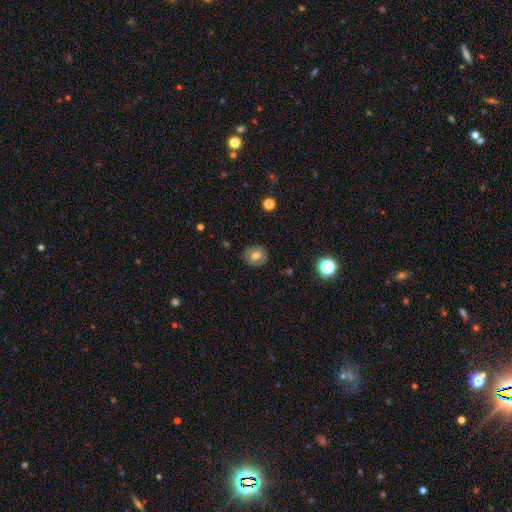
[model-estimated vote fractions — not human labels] smooth-or-featured: smooth: 58% | featured or disk: 32% | star or artifact: 10%
  how-rounded: round: 77% | in between: 22% | cigar-shaped: 1%
  merging: none: 84% | minor disturbance: 12% | major disturbance: 3% | merger: 1%